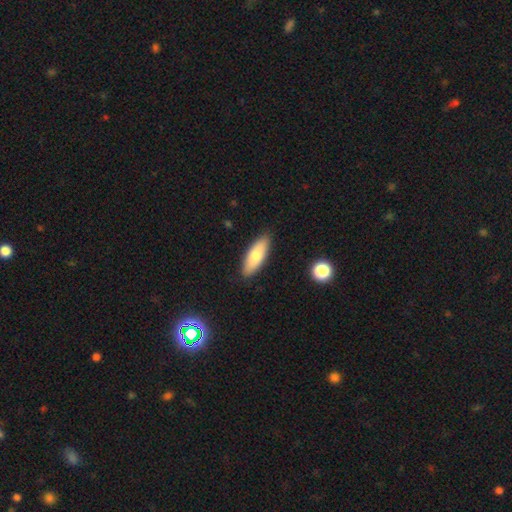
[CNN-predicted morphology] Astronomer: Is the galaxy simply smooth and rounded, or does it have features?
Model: smooth — 78%.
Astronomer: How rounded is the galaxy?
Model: in between — 65%.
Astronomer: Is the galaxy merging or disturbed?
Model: none — 87%.